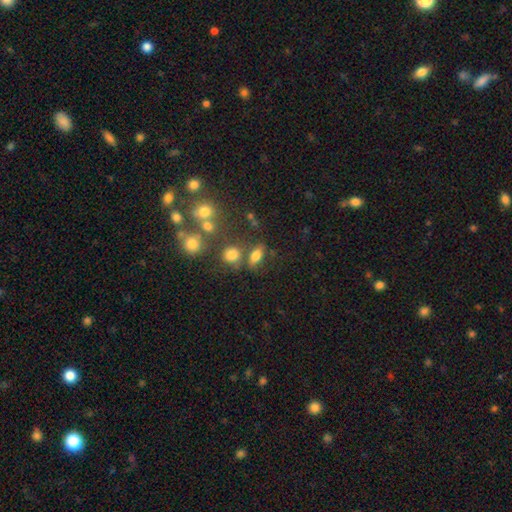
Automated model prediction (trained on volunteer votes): Smooth or featured? smooth (75%)
How rounded? in between (75%)
Merging? none (65%)